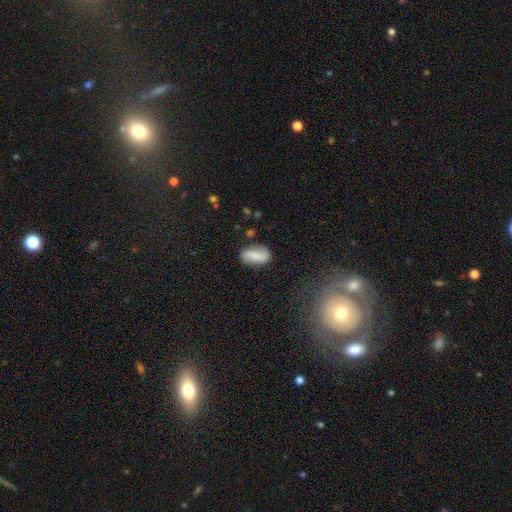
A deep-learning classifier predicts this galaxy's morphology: A smooth galaxy with no disk features (63%) that is in between round and cigar-shaped (85%).

Vote fractions:
- Smooth or featured? smooth: 63% / featured or disk: 28% / star or artifact: 8%
- How rounded? in between: 85% / cigar-shaped: 9% / round: 6%
- Merging? none: 74% / minor disturbance: 18% / major disturbance: 5% / merger: 3%